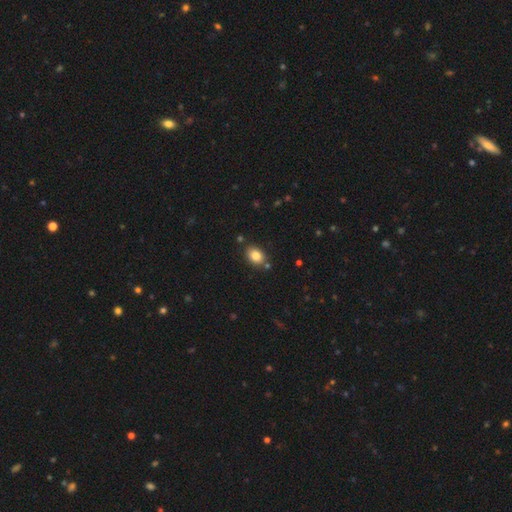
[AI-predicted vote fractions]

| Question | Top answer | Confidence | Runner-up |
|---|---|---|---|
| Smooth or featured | smooth | 84% | star or artifact (9%) |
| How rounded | in between | 70% | round (29%) |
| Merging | none | 82% | minor disturbance (10%) |